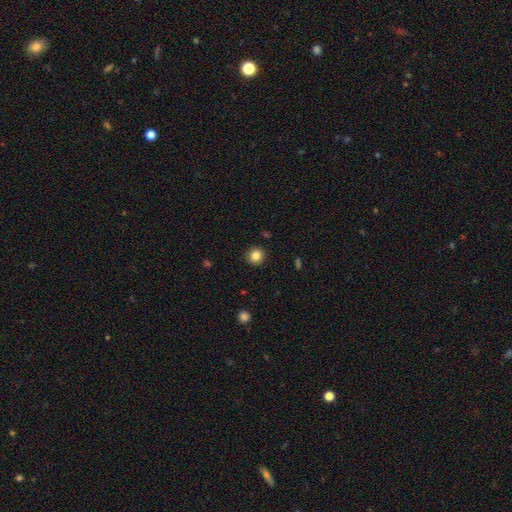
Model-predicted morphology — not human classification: type=smooth (84%); roundness=round (93%); merging=none (92%).